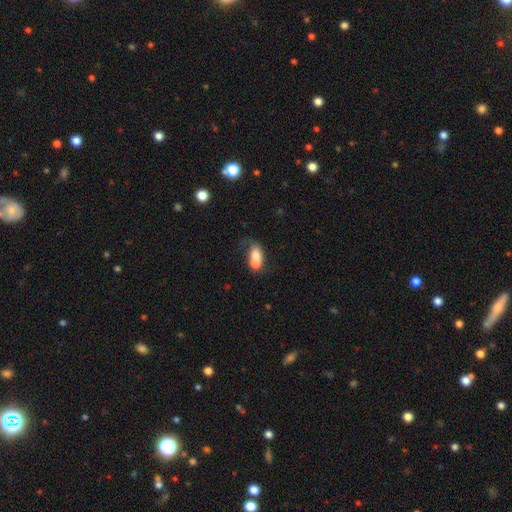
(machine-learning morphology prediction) smooth 66%, featured or disk 25%, star or artifact 9%. Down the decision tree: how rounded — in between (71%); merging — merger (69%).